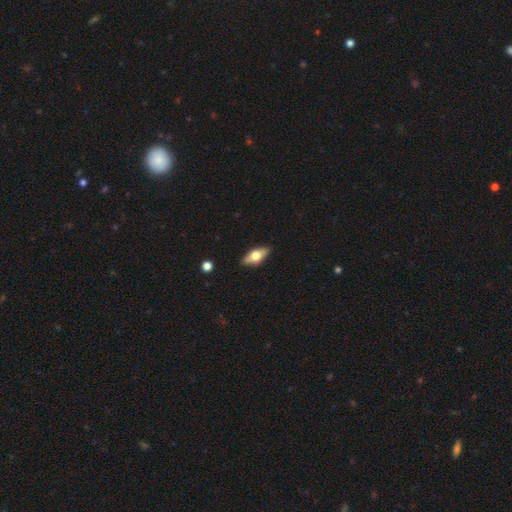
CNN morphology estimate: smooth 53%, featured or disk 41%, star or artifact 7%. Down the decision tree: how rounded — in between (77%); merging — none (86%).